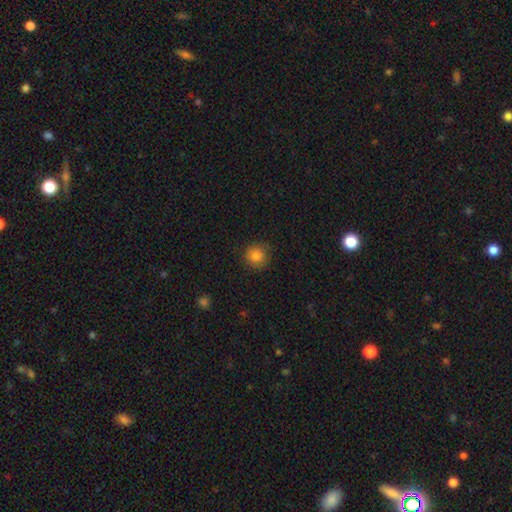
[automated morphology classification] Overall: smooth (84%). How rounded: round (92%). Merging: none (87%).